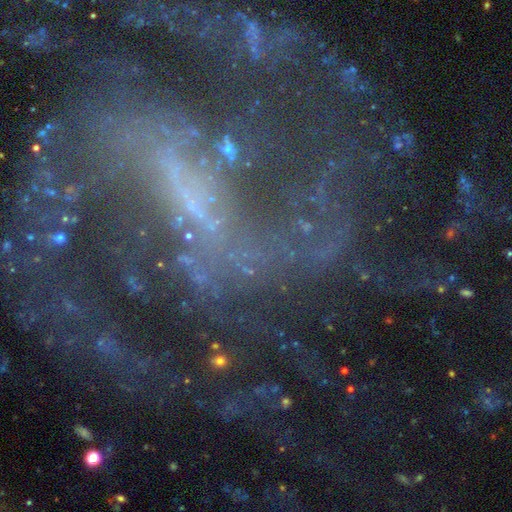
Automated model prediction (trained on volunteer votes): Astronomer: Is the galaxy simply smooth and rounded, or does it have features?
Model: featured or disk — 73%.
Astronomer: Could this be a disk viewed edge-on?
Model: no — 96%.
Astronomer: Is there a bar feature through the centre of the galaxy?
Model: strong — 45% (runner-up: weak, 33%).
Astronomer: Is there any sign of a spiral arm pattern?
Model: yes — 84%.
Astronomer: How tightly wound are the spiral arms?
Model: loose — 41% (runner-up: medium, 39%).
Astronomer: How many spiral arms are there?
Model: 2 — 55%.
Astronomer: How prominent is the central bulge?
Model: none — 40%, tied with small at 40%.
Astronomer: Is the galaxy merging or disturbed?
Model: none — 51%.